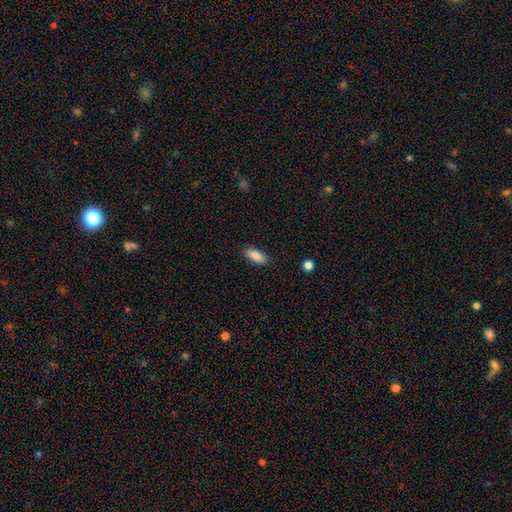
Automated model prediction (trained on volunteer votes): smooth 87%, star or artifact 7%, featured or disk 6%. Down the decision tree: how rounded — in between (85%); merging — none (86%).